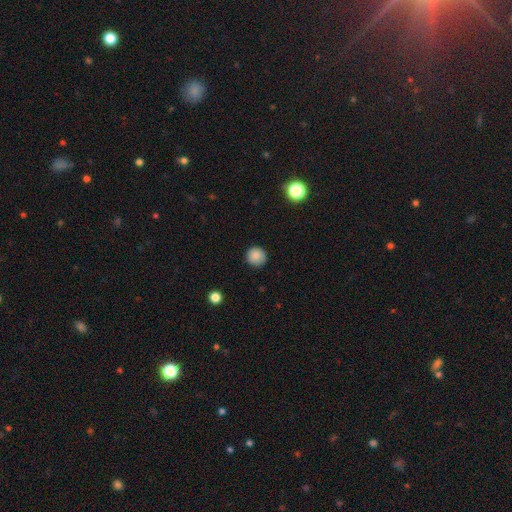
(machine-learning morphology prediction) smooth 86%, star or artifact 9%, featured or disk 5%. Down the decision tree: how rounded — round (95%); merging — none (90%).